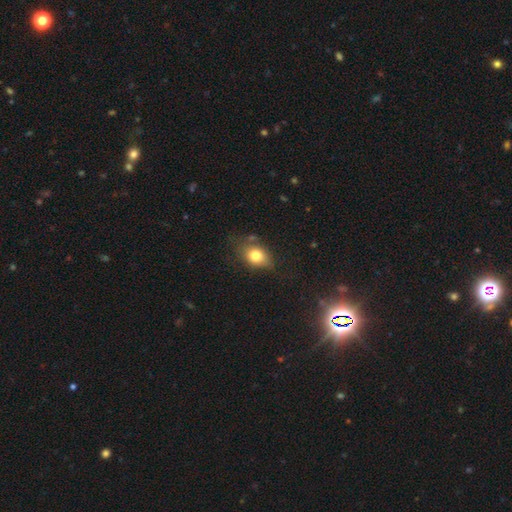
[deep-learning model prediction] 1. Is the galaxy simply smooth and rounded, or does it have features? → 78% smooth, 12% featured or disk, 11% star or artifact.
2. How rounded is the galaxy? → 59% in between, 40% round, 2% cigar-shaped.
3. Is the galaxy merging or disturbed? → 62% none, 26% minor disturbance, 8% major disturbance, 4% merger.